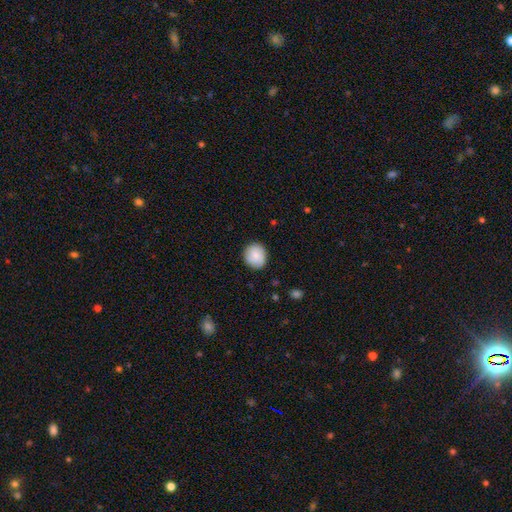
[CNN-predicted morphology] This appears to be a smooth galaxy with no disk features (81%) that is round (78%). Merging: none (84%).